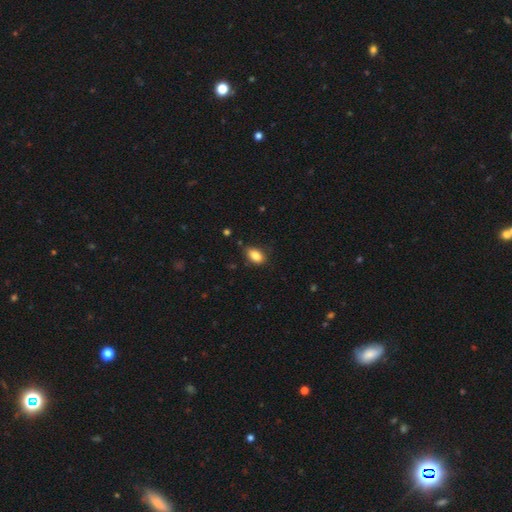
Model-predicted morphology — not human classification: This is clearly a smooth galaxy (86%). How rounded: clearly in between (89%). Merging: likely none (79%).